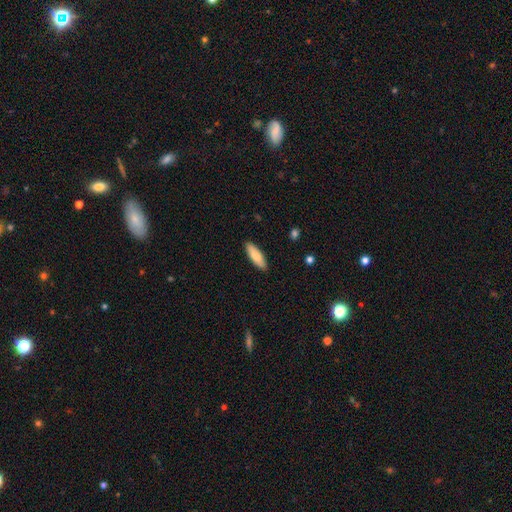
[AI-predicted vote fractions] Smooth or featured?
  - smooth: 80% *
  - featured or disk: 14%
  - star or artifact: 6%
How rounded?
  - in between: 51% *
  - cigar-shaped: 47%
  - round: 2%
Merging?
  - none: 89% *
  - minor disturbance: 8%
  - major disturbance: 2%
  - merger: 1%